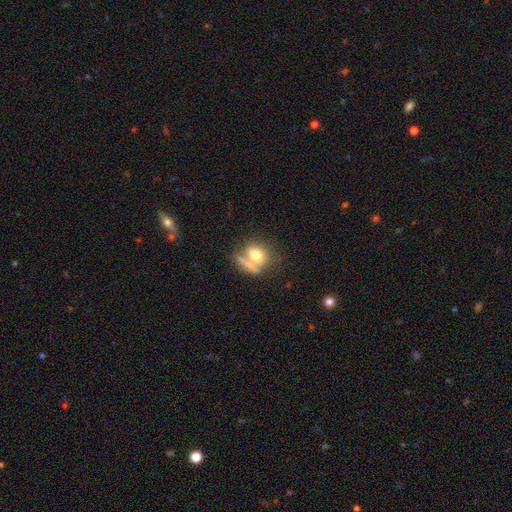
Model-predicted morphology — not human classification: A smooth galaxy with no disk features (70%) that is round (55%). Merging: none (39%, tied with merger).